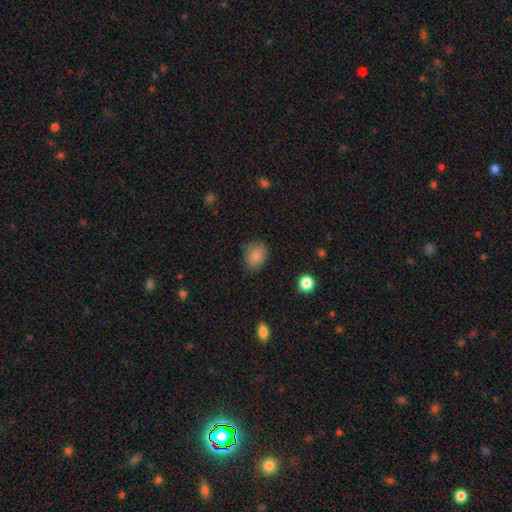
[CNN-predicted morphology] A smooth galaxy with no disk features (85%) that is in between round and cigar-shaped (51%). Merging: none (78%).